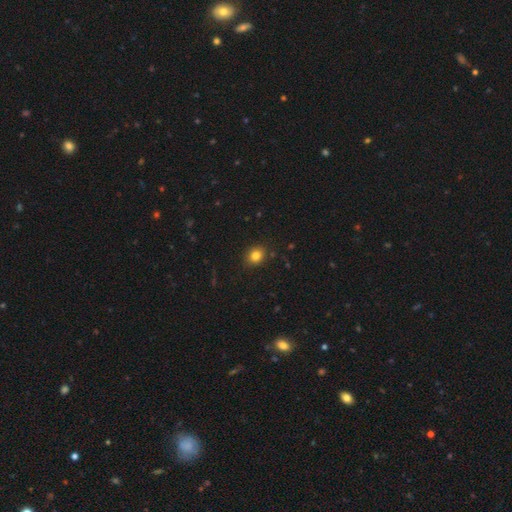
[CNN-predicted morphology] Smooth or featured: smooth — 82% (star or artifact — 12%)
How rounded: round — 66% (in between — 33%)
Merging: none — 87% (minor disturbance — 9%)